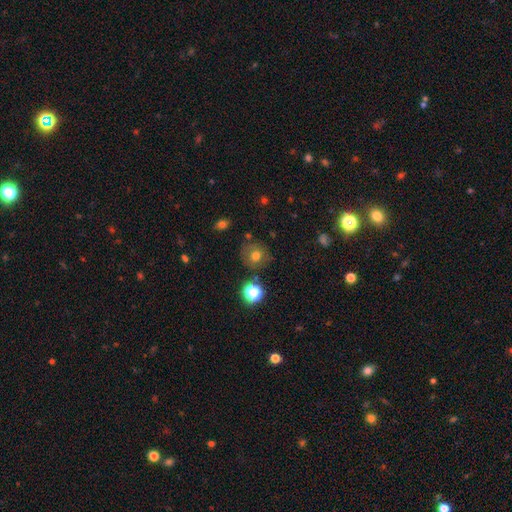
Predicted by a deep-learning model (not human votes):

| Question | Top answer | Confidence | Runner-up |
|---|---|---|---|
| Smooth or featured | smooth | 69% | star or artifact (16%) |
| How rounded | round | 89% | in between (10%) |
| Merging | none | 80% | minor disturbance (12%) |